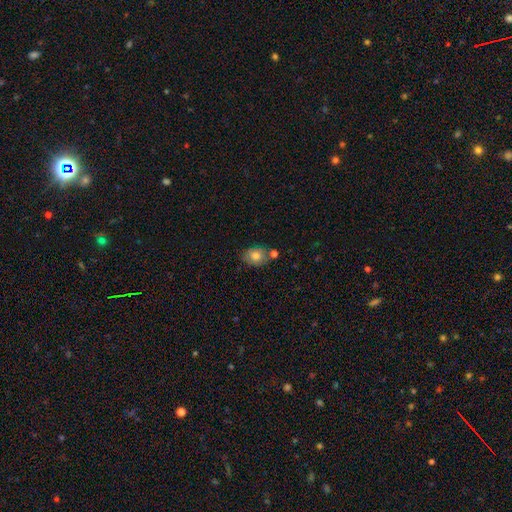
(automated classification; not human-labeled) The model was most divided on "how rounded": in between: 66%, round: 33%, cigar-shaped: 1%. More confident: smooth or featured — smooth (76%); merging — none (63%).